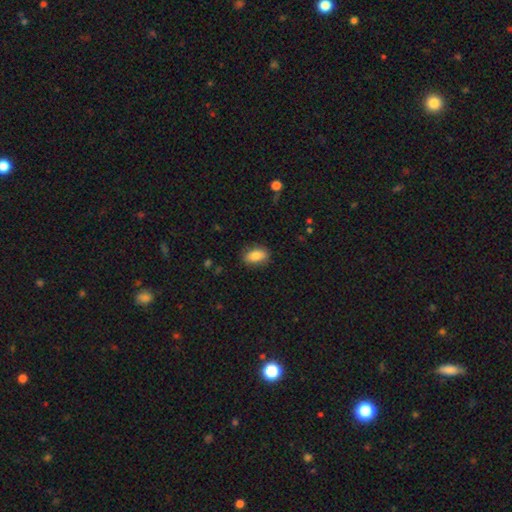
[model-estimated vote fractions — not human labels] This is clearly a smooth galaxy (82%). How rounded: clearly in between (87%). Merging: clearly none (83%).